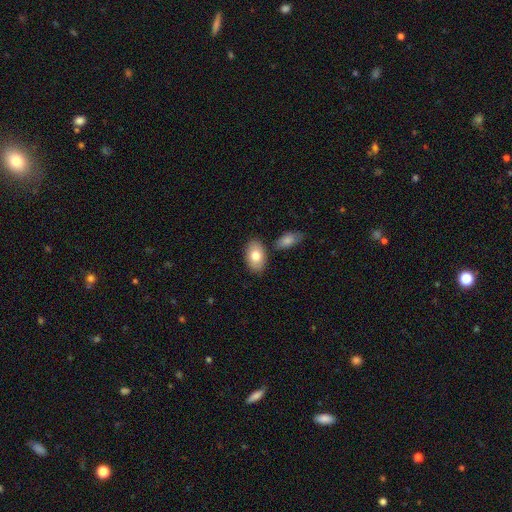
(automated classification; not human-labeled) A smooth galaxy with no disk features (78%) that is in between round and cigar-shaped (91%). Merging: none (78%).